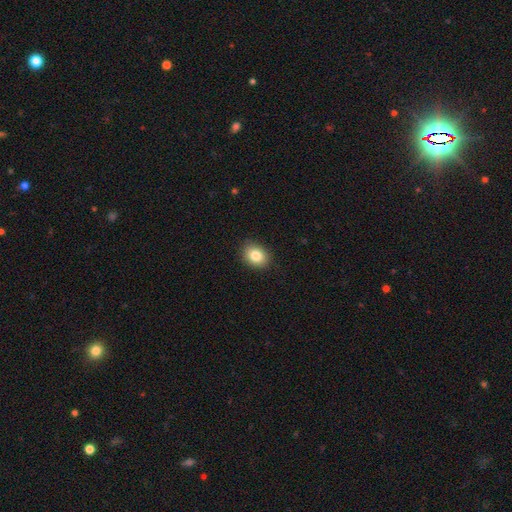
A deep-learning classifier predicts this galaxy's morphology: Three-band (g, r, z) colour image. It shows a smooth galaxy with no disk features (83%) that is in between round and cigar-shaped (57%). Merging: none (89%).